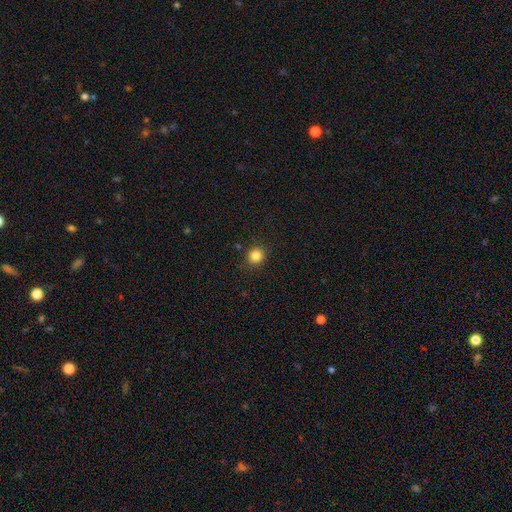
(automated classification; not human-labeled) This appears to be a smooth galaxy with no disk features (83%) that is round (89%). Merging: none (89%).